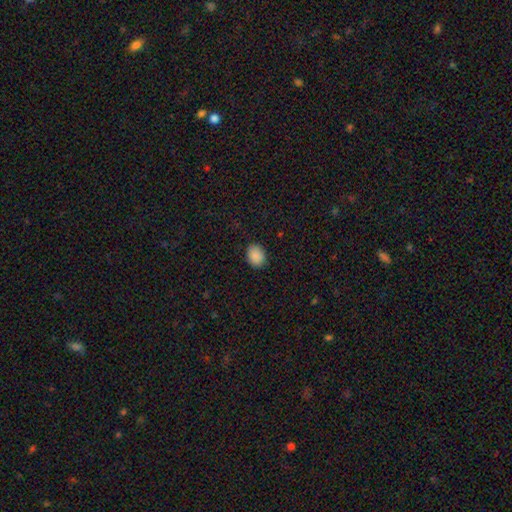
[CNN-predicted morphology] smooth 89%, star or artifact 8%, featured or disk 3%. Down the decision tree: how rounded — in between (57%); merging — none (88%).